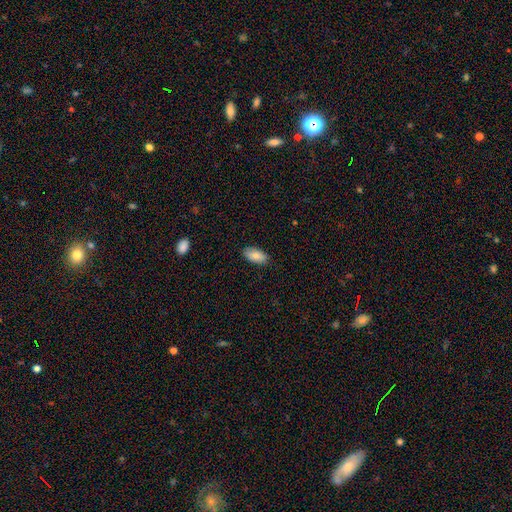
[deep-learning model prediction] smooth 85%, featured or disk 9%, star or artifact 6%. Down the decision tree: how rounded — in between (93%); merging — none (87%).